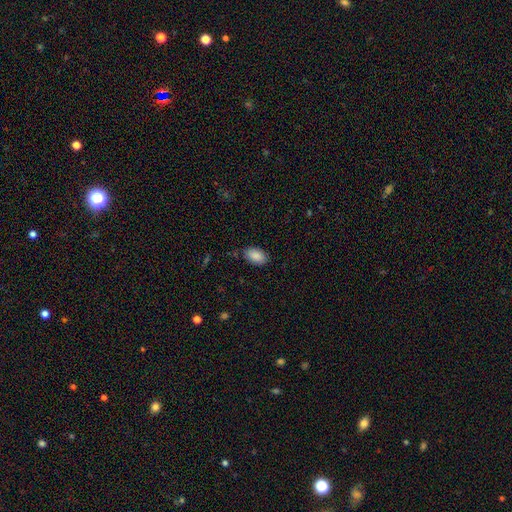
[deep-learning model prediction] Smooth or featured? smooth (89%)
How rounded? in between (93%)
Merging? none (83%)